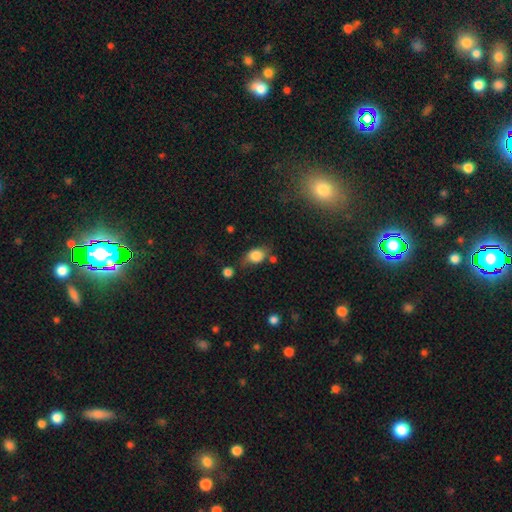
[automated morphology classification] Smooth or featured: smooth — 81% (featured or disk — 9%)
How rounded: in between — 70% (round — 28%)
Merging: none — 62% (minor disturbance — 23%)